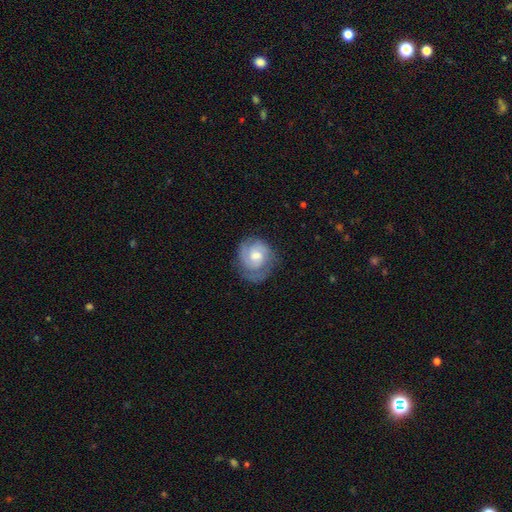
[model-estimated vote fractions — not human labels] A featured or disk galaxy (71%) with no bar (62%), 2 (49%) tight (60%) spiral arms (92%) and a moderate central bulge (61%).

Vote fractions:
- Smooth or featured? featured or disk: 71% / smooth: 23% / star or artifact: 6%
- Edge-on disk? no: 98% / yes: 2%
- Bar? no: 62% / weak: 33% / strong: 4%
- Spiral arms? yes: 92% / no: 8%
- Spiral winding? tight: 60% / medium: 32% / loose: 8%
- Spiral arm count? 2: 49% / can't tell: 24% / 3: 15% / 1: 7% / 4: 3% / more than 4: 3%
- Bulge size? moderate: 61% / small: 28% / large: 7% / none: 2% / dominant: 1%
- Merging? none: 69% / minor disturbance: 21% / major disturbance: 9% / merger: 1%